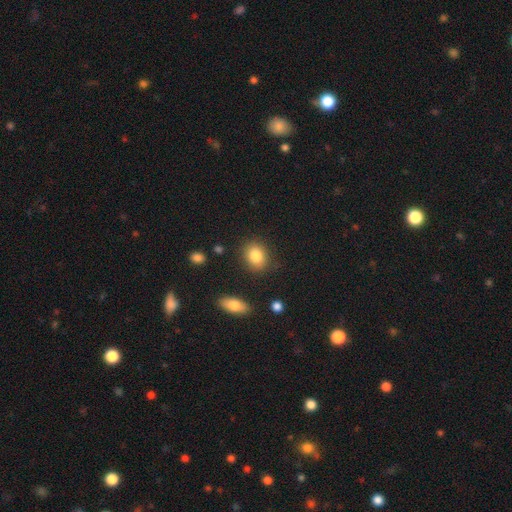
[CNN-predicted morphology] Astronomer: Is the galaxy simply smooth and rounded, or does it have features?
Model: smooth — 85%.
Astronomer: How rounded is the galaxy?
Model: in between — 50% (runner-up: round, 49%).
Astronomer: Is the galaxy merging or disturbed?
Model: none — 82%.